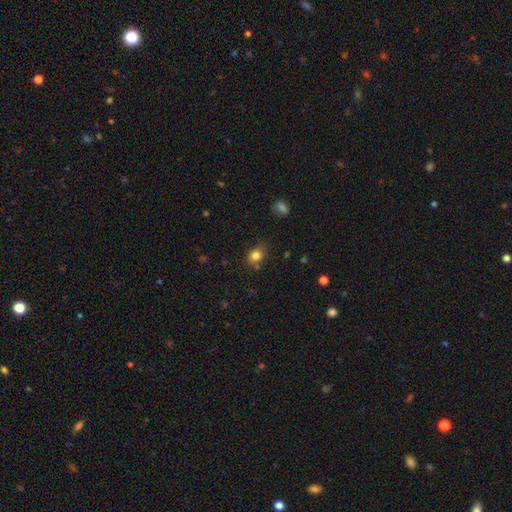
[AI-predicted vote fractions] Smooth or featured? Predicted: smooth (p=0.81). How rounded? Predicted: round (p=0.51). Merging? Predicted: none (p=0.75).